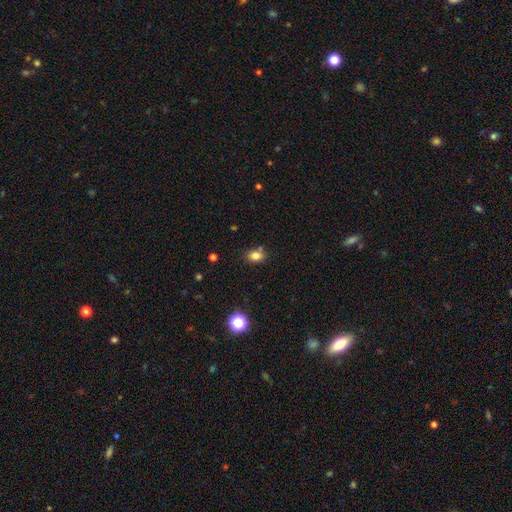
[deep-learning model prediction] This is clearly a smooth galaxy (81%). How rounded: likely in between (68%). Merging: likely none (73%).